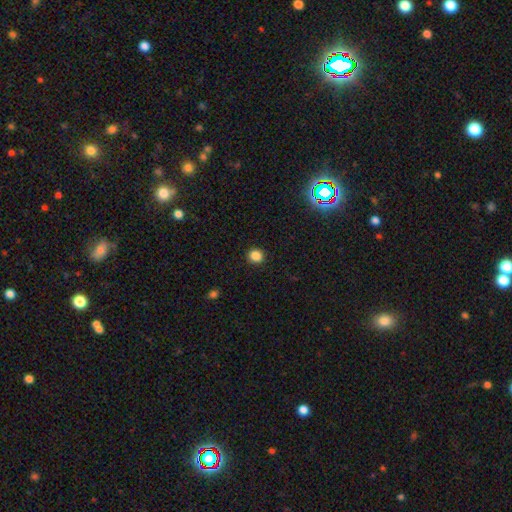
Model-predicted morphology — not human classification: type=smooth (85%); roundness=round (89%); merging=none (92%).